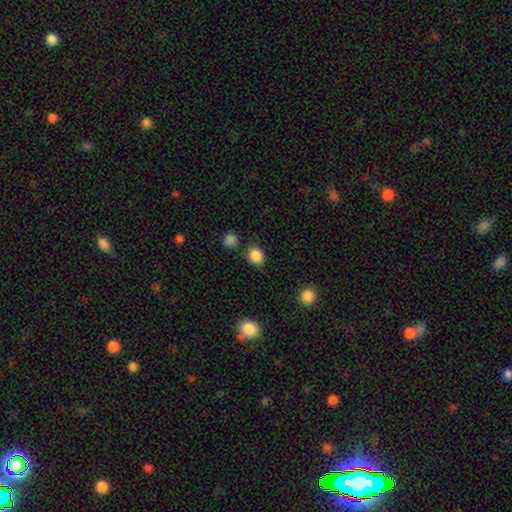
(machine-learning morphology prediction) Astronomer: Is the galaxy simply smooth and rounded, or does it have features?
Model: smooth — 86%.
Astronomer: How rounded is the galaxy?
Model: round — 55% (runner-up: in between, 44%).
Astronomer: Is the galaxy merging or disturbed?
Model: none — 79%.